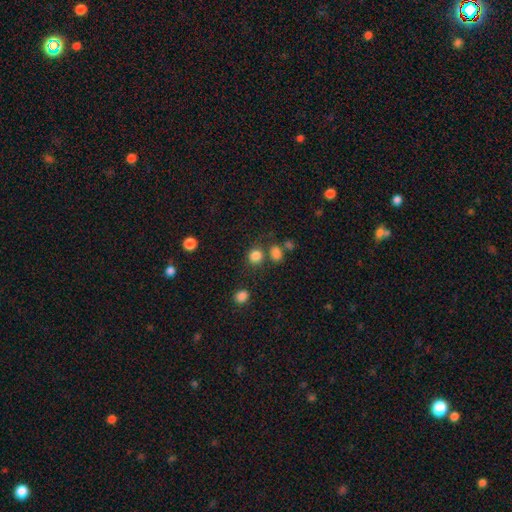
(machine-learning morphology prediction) This appears to be a smooth galaxy with no disk features (82%) that is round (84%). Merging: none (70%).